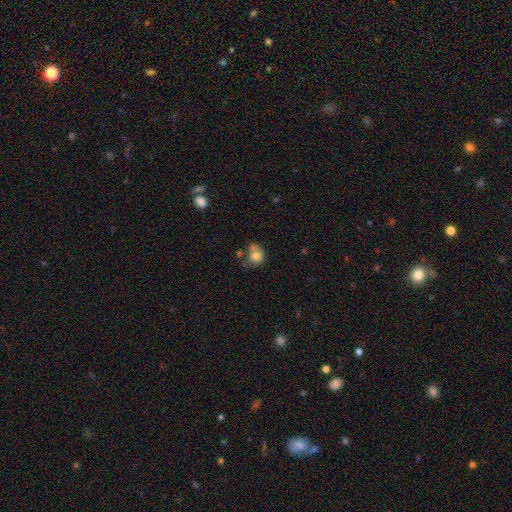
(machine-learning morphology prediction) This is likely a smooth galaxy (72%). How rounded: likely round (63%). Merging: marginally none (37%).